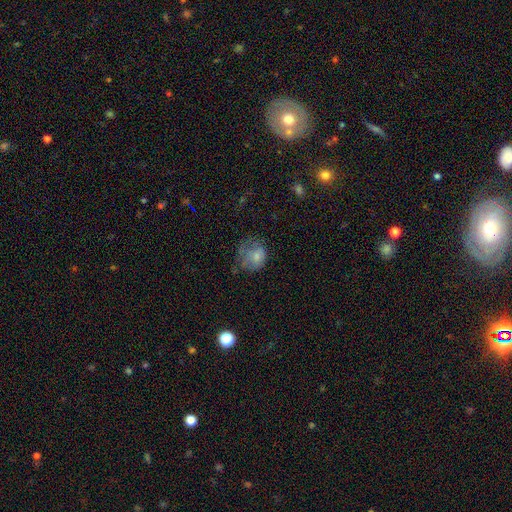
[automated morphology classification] smooth_or_featured: smooth (p=0.65) [alt: featured or disk p=0.25]
how_rounded: round (p=0.56) [alt: in between p=0.43]
merging: major disturbance (p=0.38) [alt: none p=0.30]